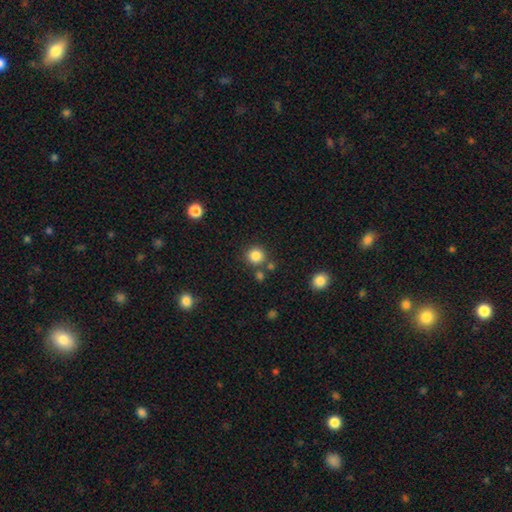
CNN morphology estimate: Smooth or featured? Predicted: smooth (p=0.84). How rounded? Predicted: round (p=0.92). Merging? Predicted: none (p=0.79).